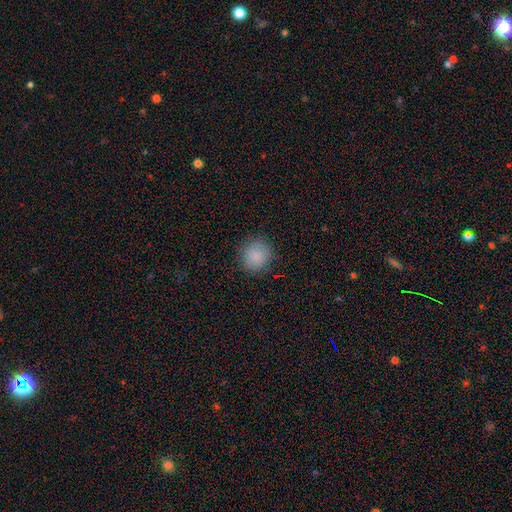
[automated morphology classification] A smooth galaxy with no disk features (86%) that is round (89%).

Vote fractions:
- Smooth or featured? smooth: 86% / star or artifact: 10% / featured or disk: 4%
- How rounded? round: 89% / in between: 10% / cigar-shaped: 1%
- Merging? none: 87% / minor disturbance: 9% / major disturbance: 3% / merger: 1%